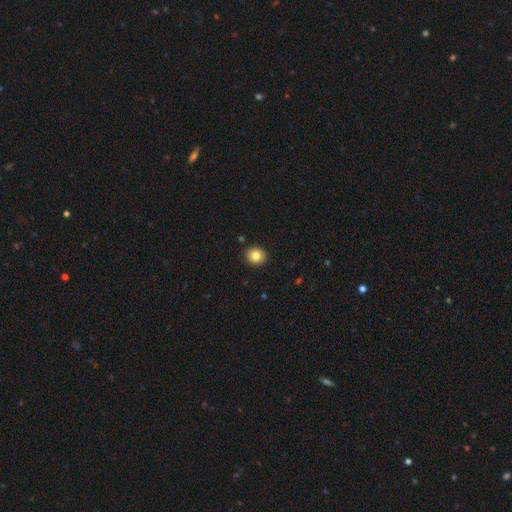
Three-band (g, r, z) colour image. It shows a smooth galaxy with no disk features (81%) that is round (93%). Merging: none (91%).